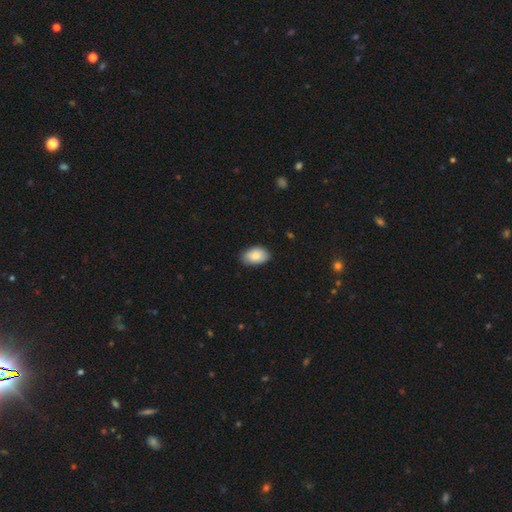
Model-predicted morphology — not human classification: Smooth or featured: smooth — 85% (featured or disk — 9%)
How rounded: in between — 91% (round — 8%)
Merging: none — 83% (minor disturbance — 14%)